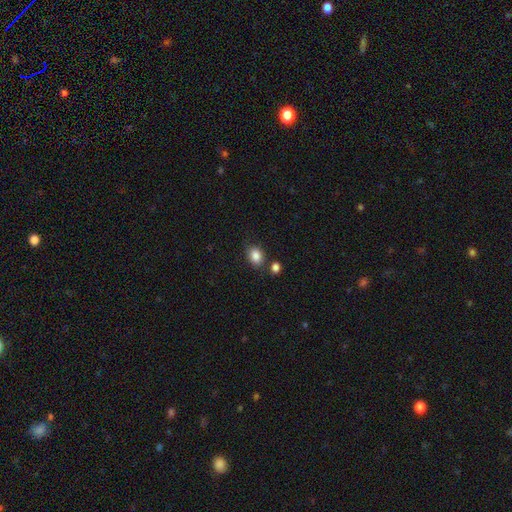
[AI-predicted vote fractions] Smooth or featured?
  - smooth: 86% *
  - star or artifact: 9%
  - featured or disk: 5%
How rounded?
  - in between: 62% *
  - round: 37%
  - cigar-shaped: 1%
Merging?
  - none: 74% *
  - minor disturbance: 13%
  - merger: 10%
  - major disturbance: 4%